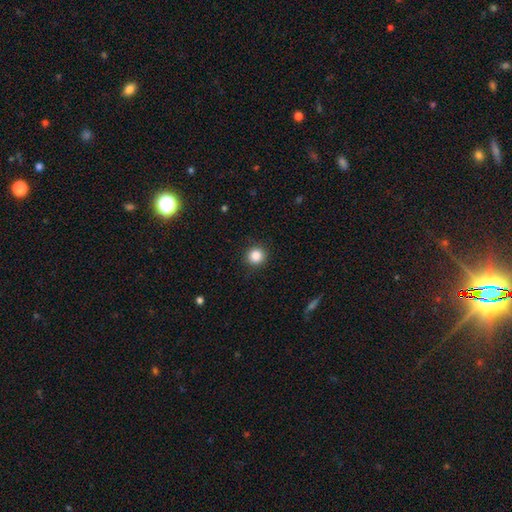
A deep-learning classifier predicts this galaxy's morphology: A smooth galaxy with no disk features (86%) that is round (92%).

Vote fractions:
- Smooth or featured? smooth: 86% / star or artifact: 10% / featured or disk: 4%
- How rounded? round: 92% / in between: 8% / cigar-shaped: 1%
- Merging? none: 90% / minor disturbance: 7% / major disturbance: 2% / merger: 1%